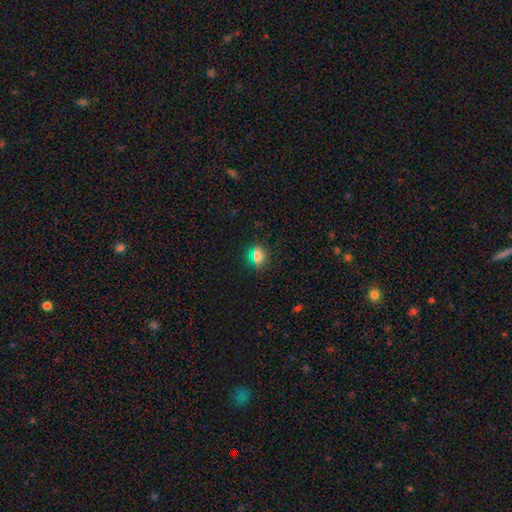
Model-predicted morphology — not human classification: Smooth or featured: smooth — 68% (star or artifact — 25%)
How rounded: round — 70% (in between — 26%)
Merging: none — 88% (minor disturbance — 8%)